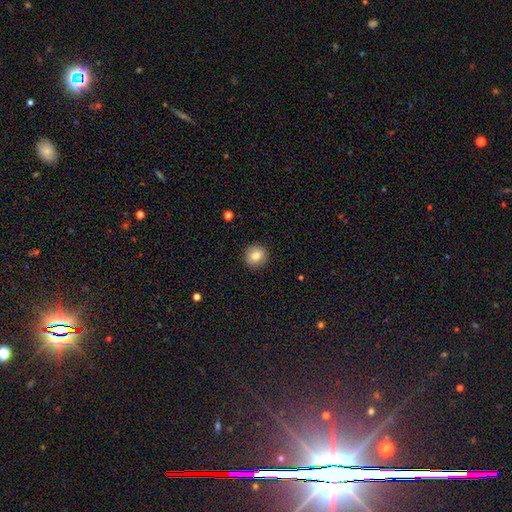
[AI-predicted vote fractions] Smooth or featured? Predicted: smooth (p=0.82). How rounded? Predicted: round (p=0.89). Merging? Predicted: none (p=0.89).